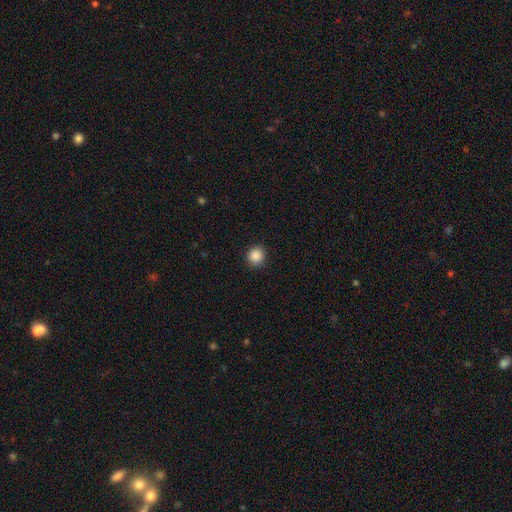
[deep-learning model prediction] Smooth or featured: smooth — 88% (star or artifact — 10%)
How rounded: round — 89% (in between — 10%)
Merging: none — 90% (minor disturbance — 7%)